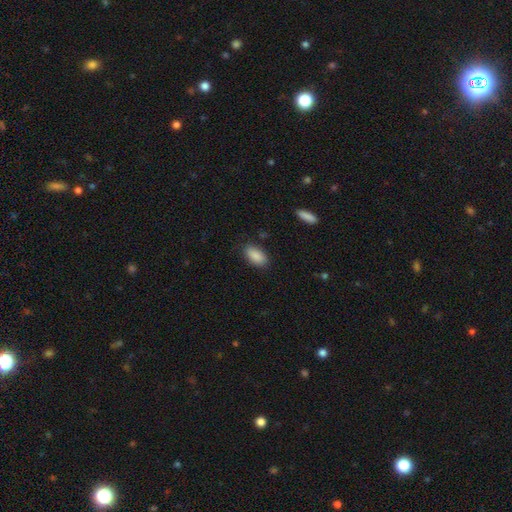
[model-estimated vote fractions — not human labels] Smooth or featured: smooth — 89% (star or artifact — 7%)
How rounded: in between — 92% (cigar-shaped — 4%)
Merging: none — 84% (minor disturbance — 12%)